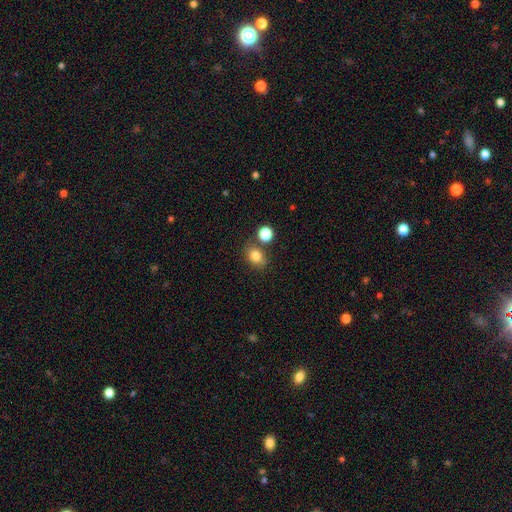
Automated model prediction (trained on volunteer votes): This is clearly a smooth galaxy (80%). How rounded: possibly round (50%). Merging: likely none (71%).